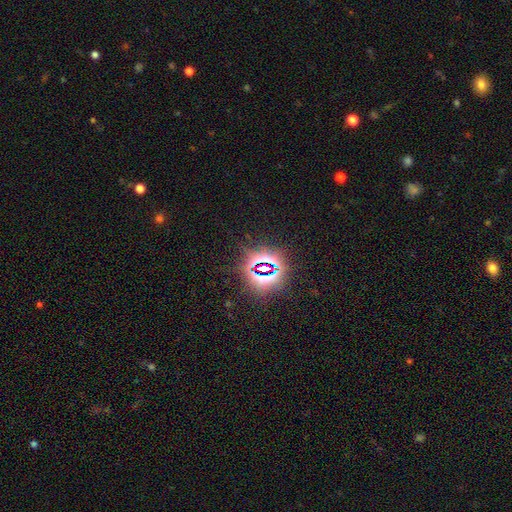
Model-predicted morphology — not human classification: A star or artifact, not a galaxy (80%).